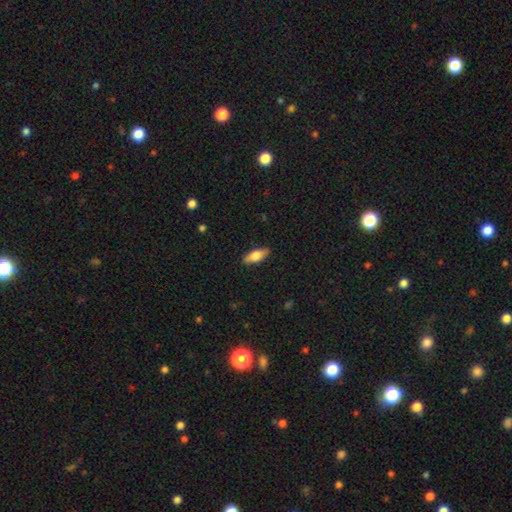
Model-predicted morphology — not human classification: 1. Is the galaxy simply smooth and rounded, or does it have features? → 65% smooth, 29% featured or disk, 6% star or artifact.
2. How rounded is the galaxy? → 71% in between, 26% cigar-shaped, 3% round.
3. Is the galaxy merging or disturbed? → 88% none, 9% minor disturbance, 2% major disturbance, 1% merger.